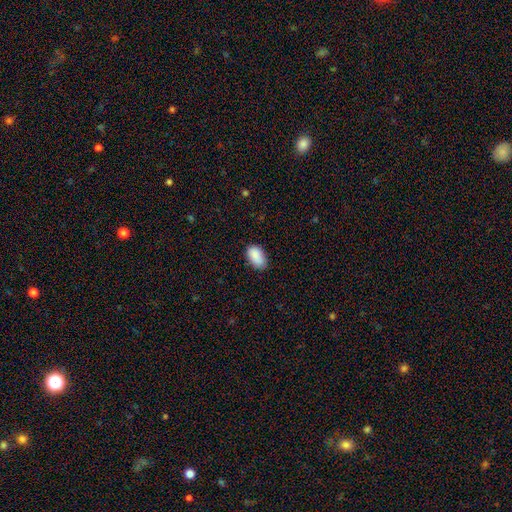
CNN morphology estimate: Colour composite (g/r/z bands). It shows a smooth galaxy with no disk features (88%) that is in between round and cigar-shaped (93%). Merging: none (76%).